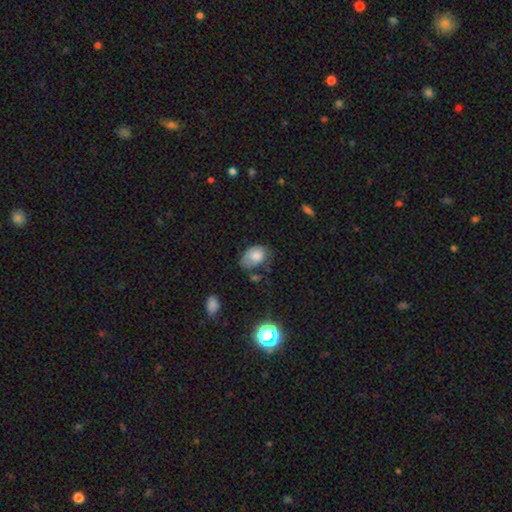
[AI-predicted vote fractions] A smooth galaxy with no disk features (75%) that is in between round and cigar-shaped (82%). Merging: minor disturbance (38%).